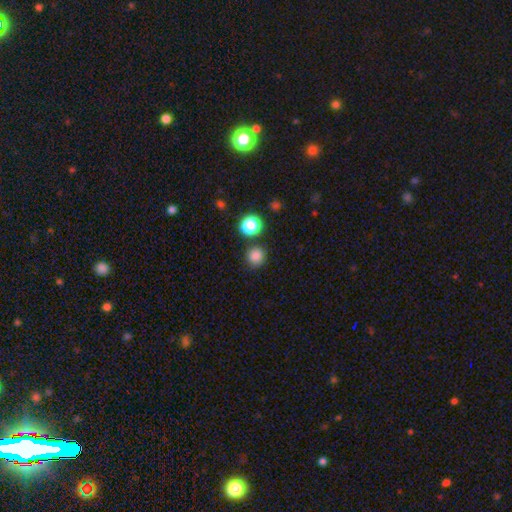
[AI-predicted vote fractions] Smooth or featured?
  - smooth: 83% *
  - star or artifact: 13%
  - featured or disk: 4%
How rounded?
  - round: 92% *
  - in between: 7%
  - cigar-shaped: 1%
Merging?
  - none: 84% *
  - minor disturbance: 8%
  - merger: 6%
  - major disturbance: 3%